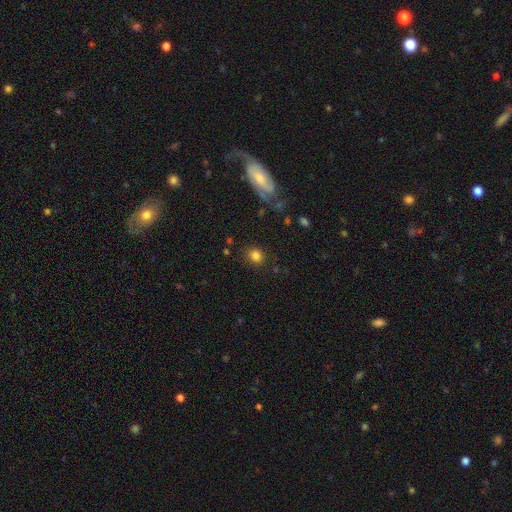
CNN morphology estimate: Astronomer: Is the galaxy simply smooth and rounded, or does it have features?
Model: smooth — 81%.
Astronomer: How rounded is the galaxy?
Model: round — 80%.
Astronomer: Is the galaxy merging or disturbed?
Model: none — 85%.